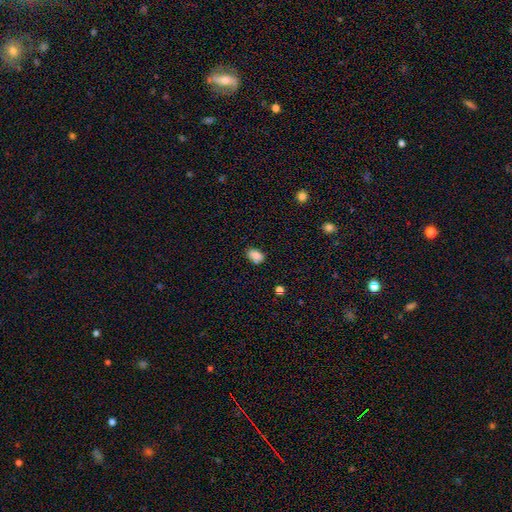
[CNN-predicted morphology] Q: Smooth or featured?
A: smooth (85%); runner-up: star or artifact (10%)
Q: How rounded?
A: in between (86%); runner-up: round (12%)
Q: Merging?
A: none (73%); runner-up: minor disturbance (19%)